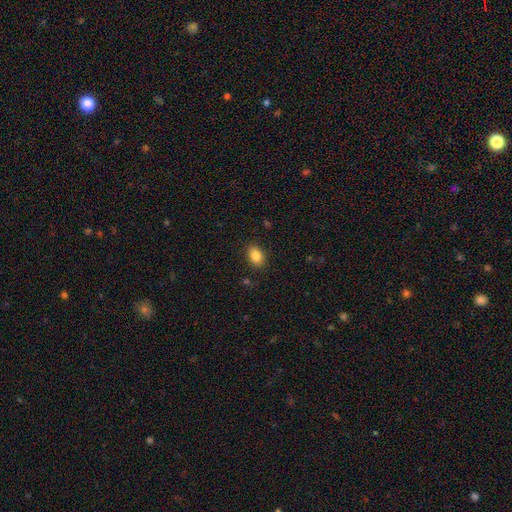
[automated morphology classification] Smooth or featured: smooth — 85% (star or artifact — 9%)
How rounded: in between — 80% (round — 19%)
Merging: none — 87% (minor disturbance — 9%)